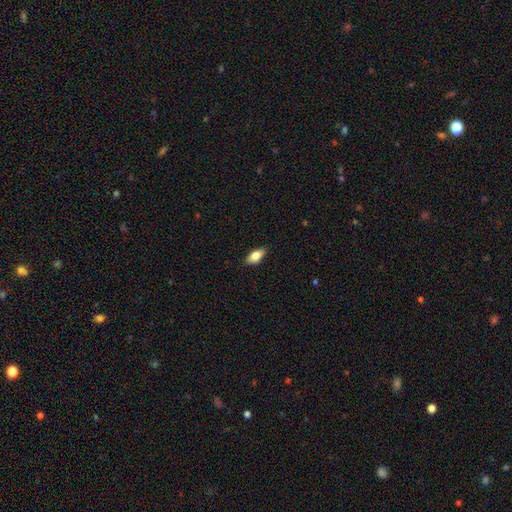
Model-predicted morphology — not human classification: This appears to be a smooth galaxy with no disk features (77%) that is in between round and cigar-shaped (87%). Merging: none (85%).